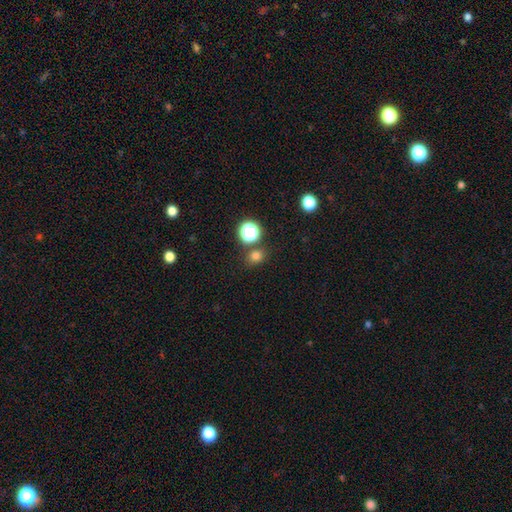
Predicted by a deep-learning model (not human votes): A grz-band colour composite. It shows a smooth galaxy with no disk features (74%) that is round (70%). Merging: none (77%).